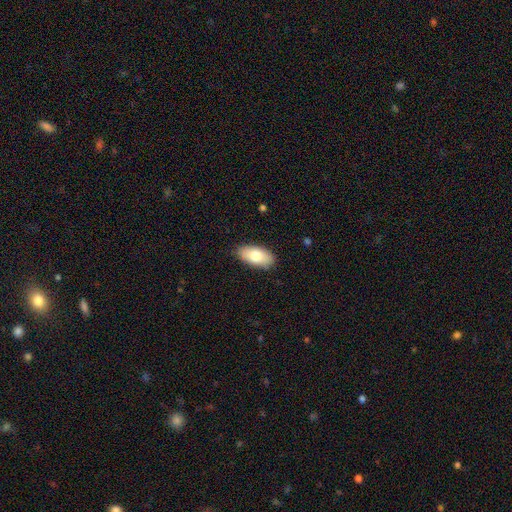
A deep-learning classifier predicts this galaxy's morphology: A smooth galaxy with no disk features (78%) that is in between round and cigar-shaped (92%).

Vote fractions:
- Smooth or featured? smooth: 78% / featured or disk: 16% / star or artifact: 6%
- How rounded? in between: 92% / cigar-shaped: 5% / round: 3%
- Merging? none: 87% / minor disturbance: 10% / major disturbance: 2% / merger: 1%